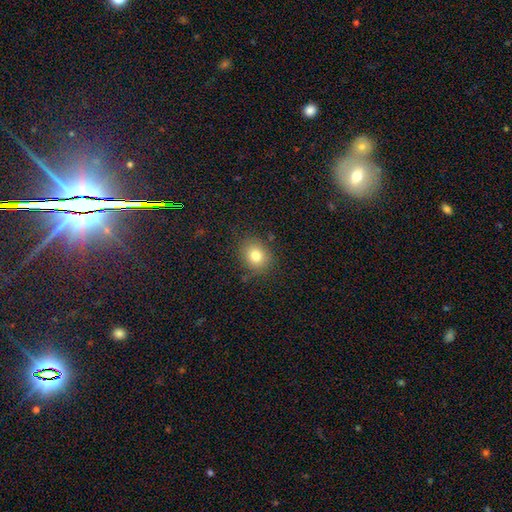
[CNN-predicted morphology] Smooth or featured? Predicted: smooth (p=0.79). How rounded? Predicted: round (p=0.67). Merging? Predicted: none (p=0.83).